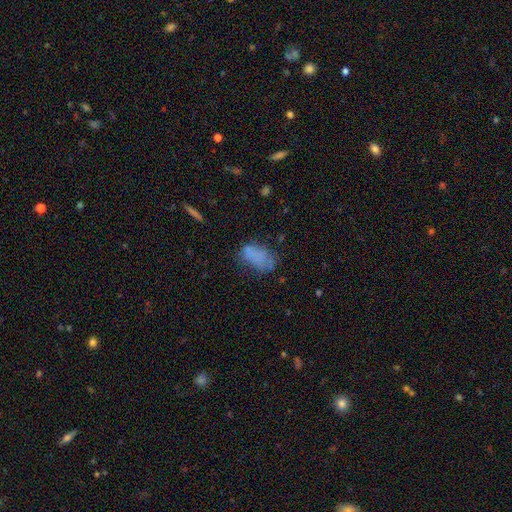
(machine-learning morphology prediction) The model was most divided on "merging": none: 48%, minor disturbance: 27%, major disturbance: 18%, merger: 7%. More confident: how rounded — in between (90%); smooth or featured — smooth (70%).